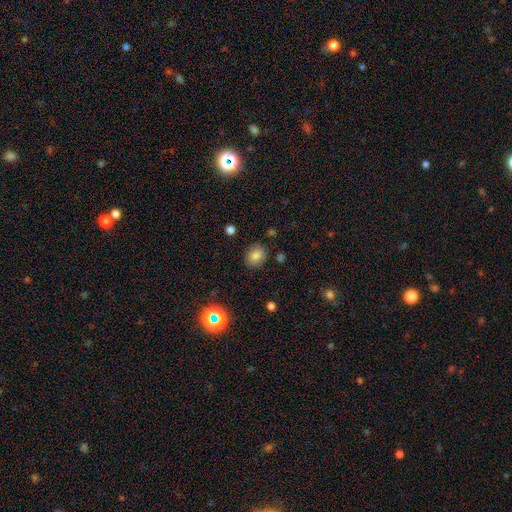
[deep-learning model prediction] Overall: smooth (80%). How rounded: round (67%; in between 32%). Merging: none (85%).